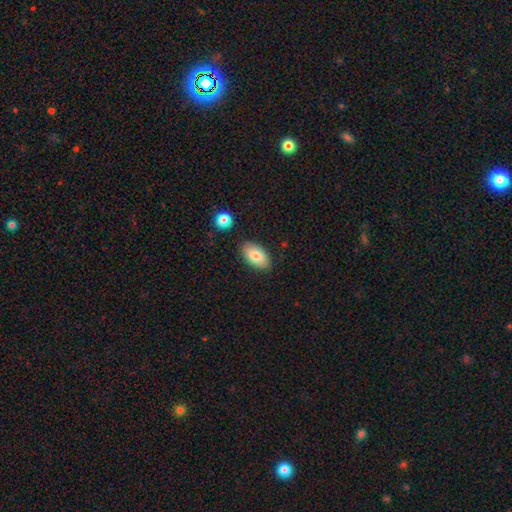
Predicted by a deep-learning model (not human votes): Smooth or featured: smooth — 79% (featured or disk — 14%)
How rounded: in between — 94% (round — 4%)
Merging: none — 83% (minor disturbance — 12%)